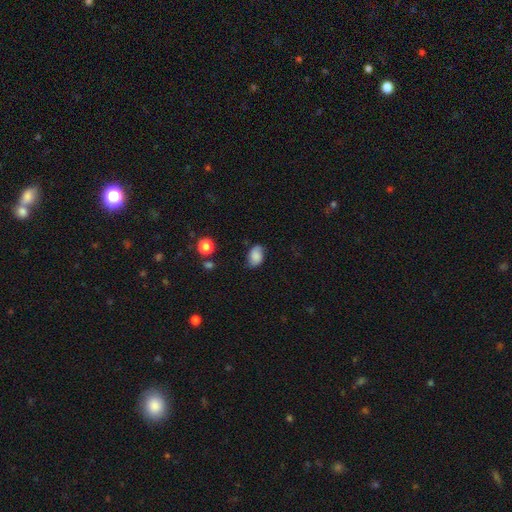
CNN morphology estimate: type=smooth (77%); roundness=in between (84%); merging=none (69%).